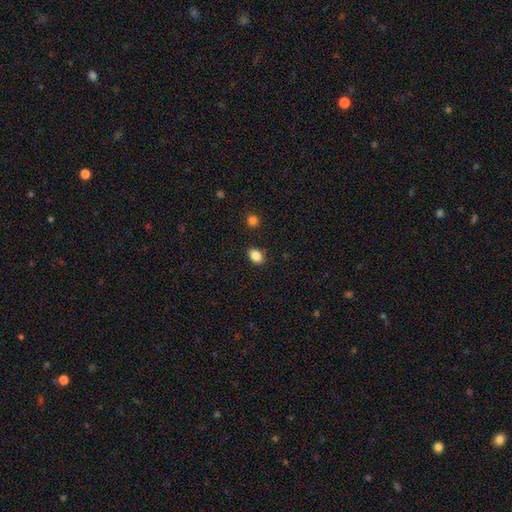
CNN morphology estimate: A smooth galaxy with no disk features (85%) that is in between round and cigar-shaped (72%).

Vote fractions:
- Smooth or featured? smooth: 85% / star or artifact: 9% / featured or disk: 5%
- How rounded? in between: 72% / round: 27% / cigar-shaped: 1%
- Merging? none: 87% / minor disturbance: 9% / major disturbance: 2% / merger: 2%